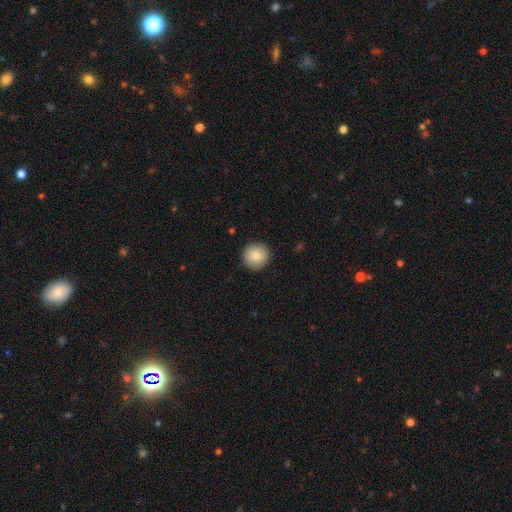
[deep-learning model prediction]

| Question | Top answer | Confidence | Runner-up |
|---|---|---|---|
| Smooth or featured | smooth | 82% | featured or disk (10%) |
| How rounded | round | 95% | in between (4%) |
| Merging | none | 92% | minor disturbance (6%) |